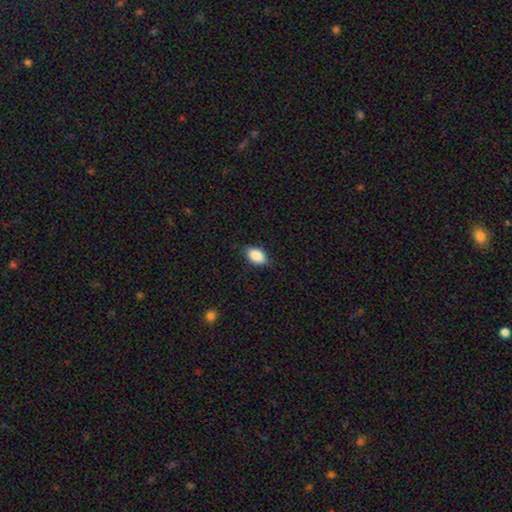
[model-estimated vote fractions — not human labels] A smooth galaxy with no disk features (88%) that is in between round and cigar-shaped (90%).

Vote fractions:
- Smooth or featured? smooth: 88% / star or artifact: 7% / featured or disk: 5%
- How rounded? in between: 90% / round: 8% / cigar-shaped: 2%
- Merging? none: 80% / minor disturbance: 16% / major disturbance: 3% / merger: 1%